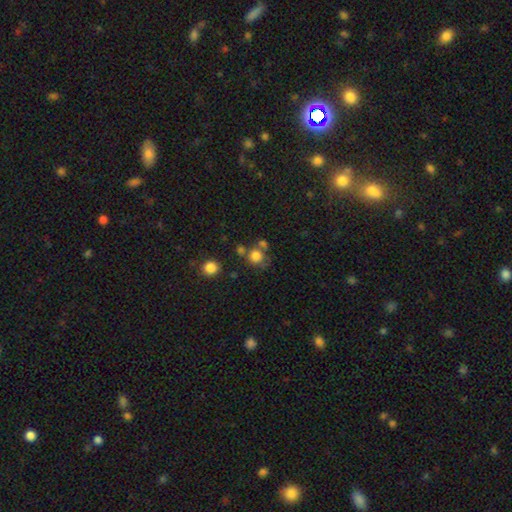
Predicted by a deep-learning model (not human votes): Smooth or featured? smooth (77%)
How rounded? round (87%)
Merging? none (56%)